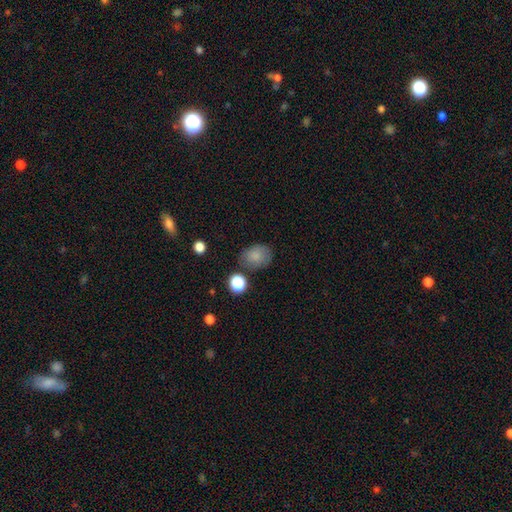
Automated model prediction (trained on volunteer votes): A smooth galaxy with no disk features (81%) that is in between round and cigar-shaped (62%).

Vote fractions:
- Smooth or featured? smooth: 81% / star or artifact: 10% / featured or disk: 9%
- How rounded? in between: 62% / round: 37% / cigar-shaped: 1%
- Merging? none: 69% / minor disturbance: 20% / major disturbance: 6% / merger: 6%